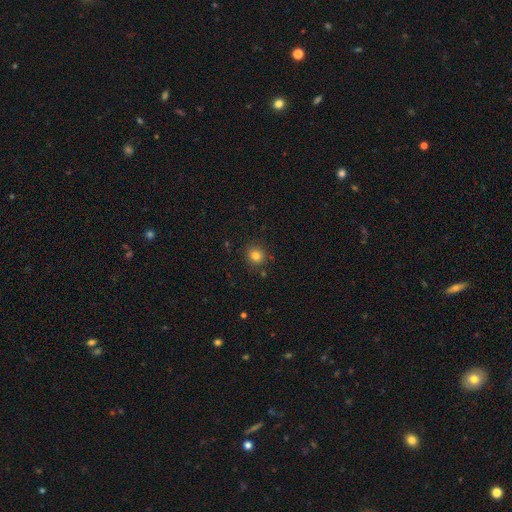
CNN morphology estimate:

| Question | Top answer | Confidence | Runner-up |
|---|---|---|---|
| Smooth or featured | smooth | 81% | star or artifact (13%) |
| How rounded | round | 88% | in between (11%) |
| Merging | none | 88% | minor disturbance (8%) |